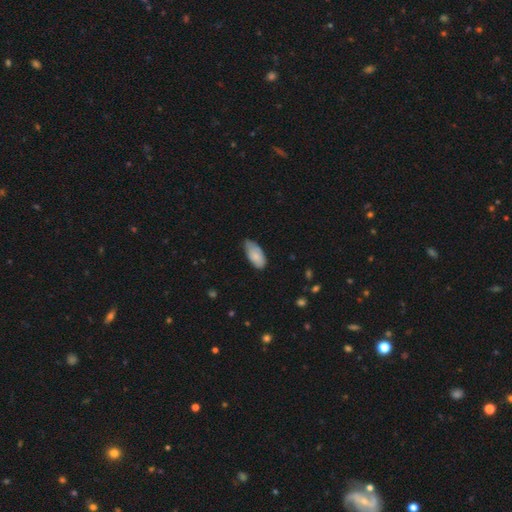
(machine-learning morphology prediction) Smooth or featured? Predicted: smooth (p=0.81). How rounded? Predicted: in between (p=0.92). Merging? Predicted: none (p=0.52).